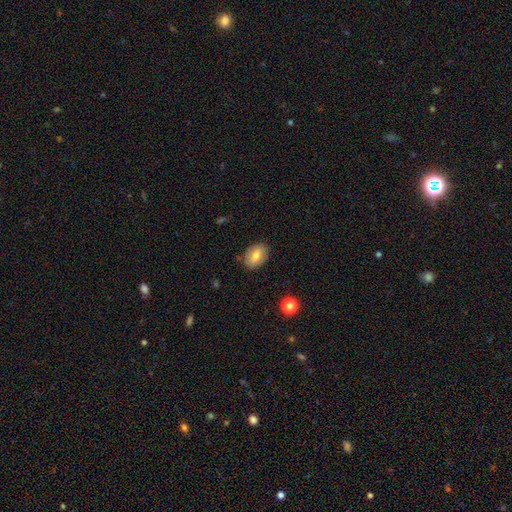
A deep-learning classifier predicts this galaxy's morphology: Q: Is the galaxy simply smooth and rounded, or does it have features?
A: smooth — 75%.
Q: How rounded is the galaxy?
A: in between — 85%.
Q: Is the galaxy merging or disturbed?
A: none — 84%.